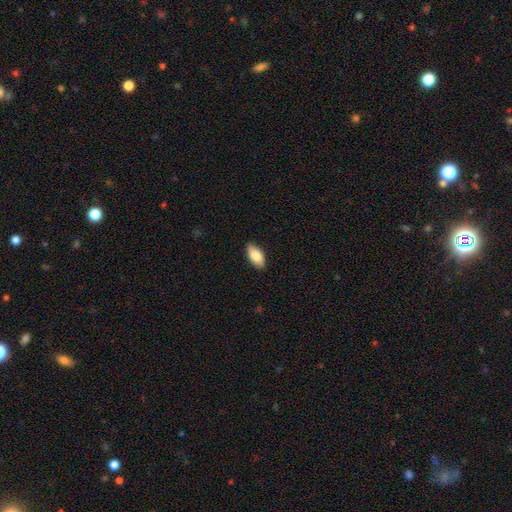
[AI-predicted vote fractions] Smooth or featured? Predicted: smooth (p=0.82). How rounded? Predicted: in between (p=0.92). Merging? Predicted: none (p=0.88).